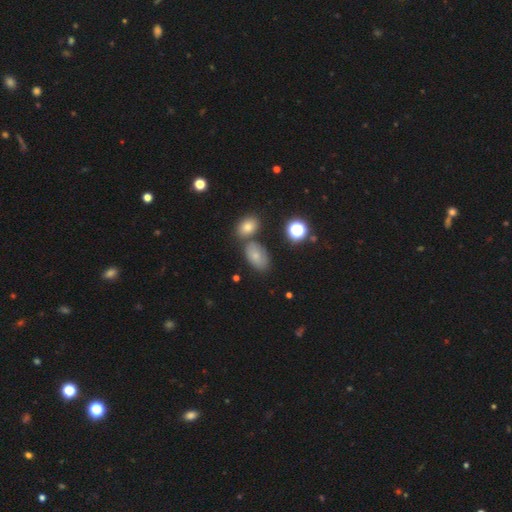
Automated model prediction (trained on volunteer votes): A smooth galaxy with no disk features (72%) that is in between round and cigar-shaped (89%).

Vote fractions:
- Smooth or featured? smooth: 72% / featured or disk: 15% / star or artifact: 14%
- How rounded? in between: 89% / round: 9% / cigar-shaped: 2%
- Merging? none: 62% / merger: 18% / minor disturbance: 16% / major disturbance: 5%